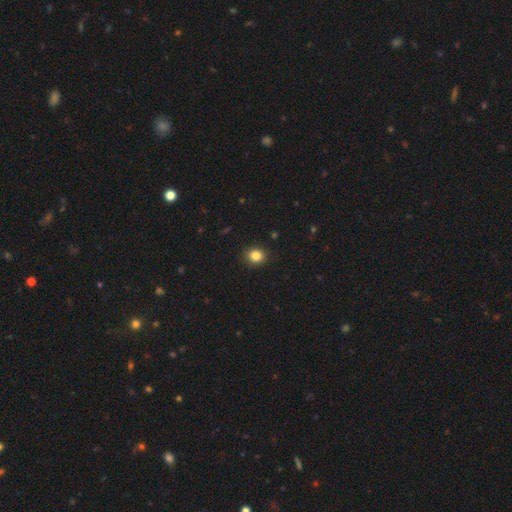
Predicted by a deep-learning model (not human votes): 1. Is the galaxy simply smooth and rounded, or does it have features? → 84% smooth, 11% star or artifact, 5% featured or disk.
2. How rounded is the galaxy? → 72% round, 27% in between, 1% cigar-shaped.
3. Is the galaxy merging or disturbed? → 90% none, 7% minor disturbance, 2% major disturbance, 1% merger.